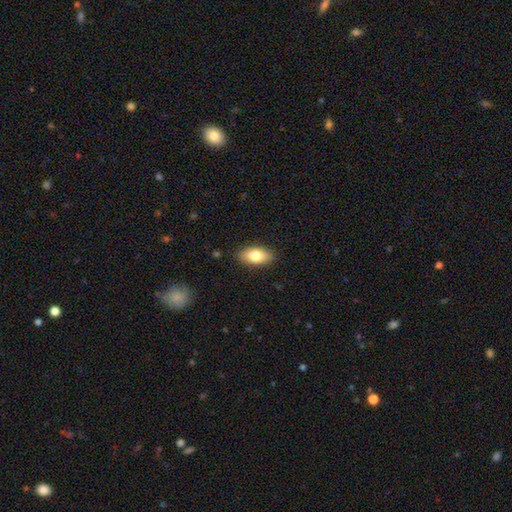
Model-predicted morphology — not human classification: Q: Smooth or featured?
A: smooth (81%); runner-up: featured or disk (13%)
Q: How rounded?
A: in between (91%); runner-up: cigar-shaped (6%)
Q: Merging?
A: none (88%); runner-up: minor disturbance (9%)